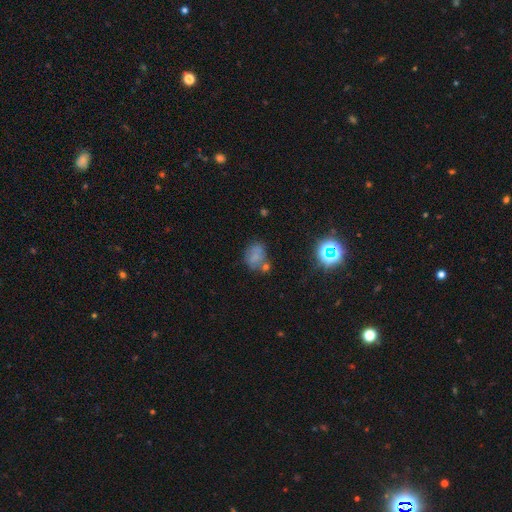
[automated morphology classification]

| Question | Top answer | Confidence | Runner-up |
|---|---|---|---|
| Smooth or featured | smooth | 62% | featured or disk (19%) |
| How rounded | in between | 55% | round (44%) |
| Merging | none | 47% | minor disturbance (22%) |